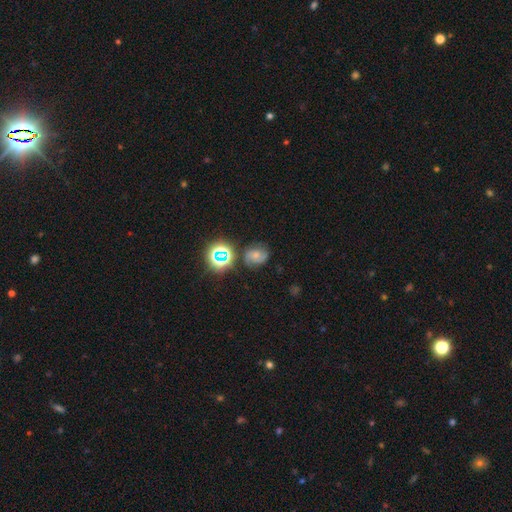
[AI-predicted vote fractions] This is marginally a featured or disk galaxy (43%). Merging: likely none (63%).